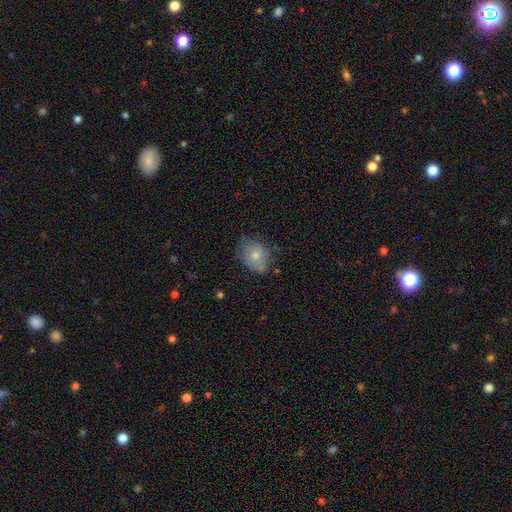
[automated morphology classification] smooth 73%, featured or disk 19%, star or artifact 8%. Down the decision tree: how rounded — in between (65%); merging — none (63%).